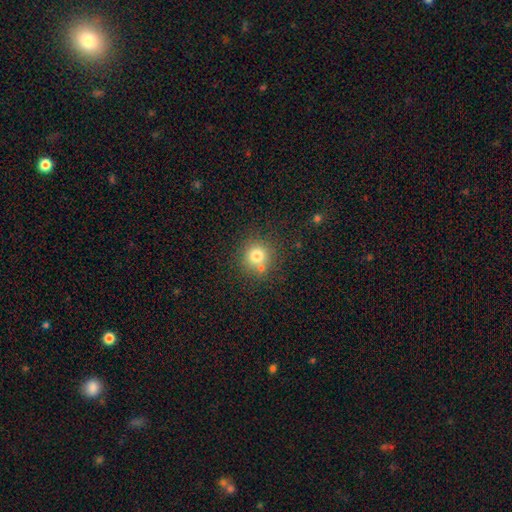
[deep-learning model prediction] Q: Smooth or featured?
A: smooth (77%); runner-up: star or artifact (13%)
Q: How rounded?
A: round (92%); runner-up: in between (7%)
Q: Merging?
A: none (69%); runner-up: merger (18%)